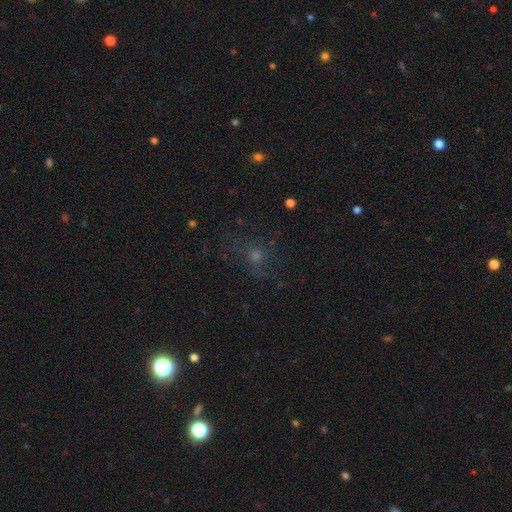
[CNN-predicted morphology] Overall: star or artifact (43%; smooth 33%).